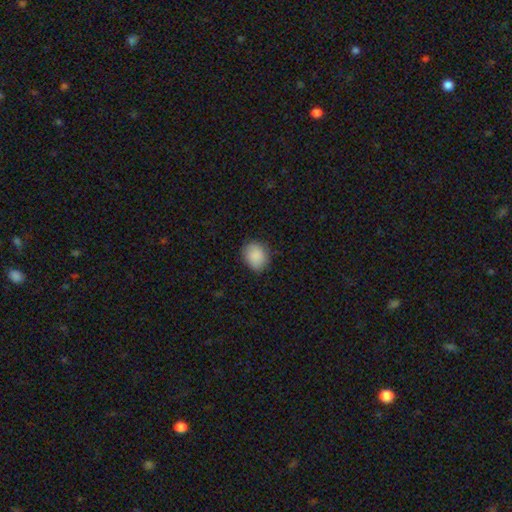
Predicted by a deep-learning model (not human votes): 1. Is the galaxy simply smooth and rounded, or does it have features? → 89% smooth, 7% star or artifact, 4% featured or disk.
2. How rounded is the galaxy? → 55% round, 44% in between, 1% cigar-shaped.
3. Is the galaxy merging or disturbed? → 83% none, 13% minor disturbance, 3% major disturbance, 1% merger.